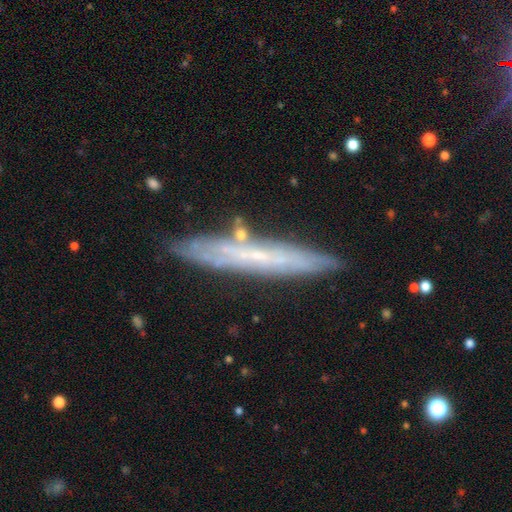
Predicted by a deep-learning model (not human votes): Morphology: type=featured or disk (61%); edge-on=yes (80%); merging=none (81%).